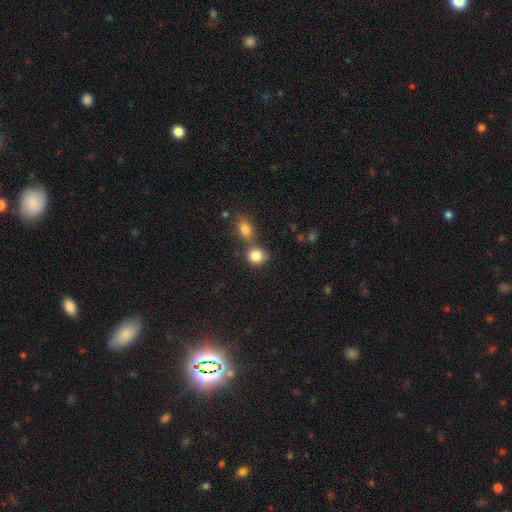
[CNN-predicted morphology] smooth 84%, star or artifact 9%, featured or disk 6%. Down the decision tree: how rounded — round (74%); merging — none (50%).